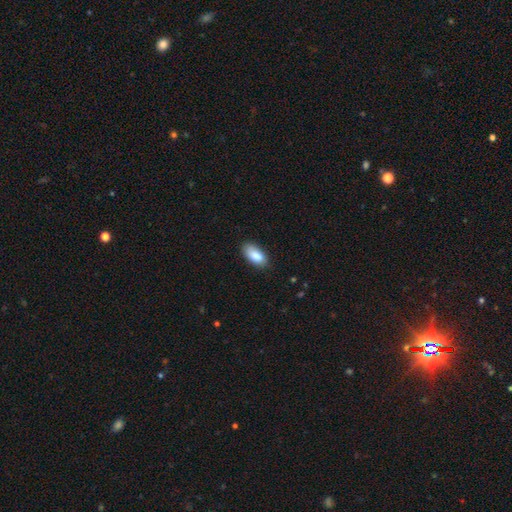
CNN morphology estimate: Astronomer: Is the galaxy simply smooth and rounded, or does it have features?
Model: smooth — 87%.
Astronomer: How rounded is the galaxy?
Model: in between — 91%.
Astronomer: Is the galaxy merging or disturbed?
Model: none — 81%.